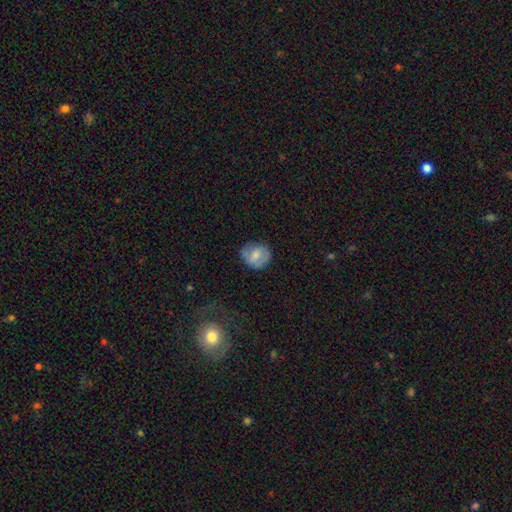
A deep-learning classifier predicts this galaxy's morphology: The model was most divided on "smooth or featured": smooth: 67%, featured or disk: 26%, star or artifact: 8%. More confident: how rounded — round (80%); merging — none (67%).